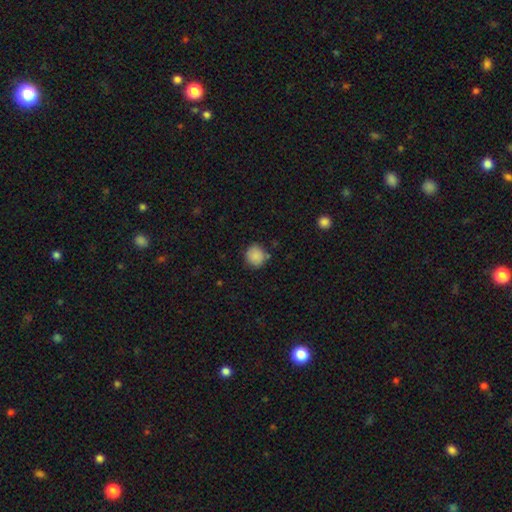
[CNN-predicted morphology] Smooth or featured?
  - smooth: 87% *
  - star or artifact: 9%
  - featured or disk: 5%
How rounded?
  - round: 87% *
  - in between: 12%
  - cigar-shaped: 1%
Merging?
  - none: 76% *
  - minor disturbance: 16%
  - merger: 4%
  - major disturbance: 4%